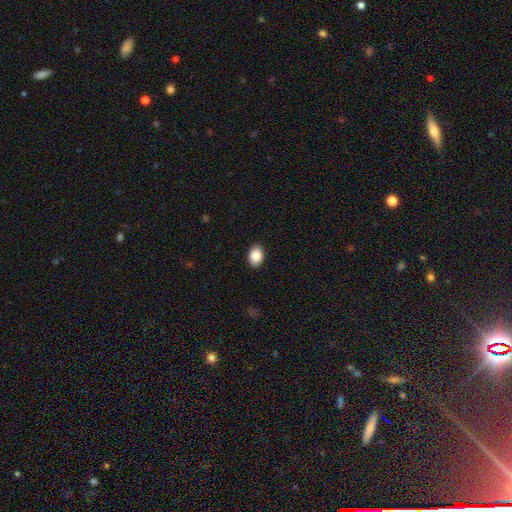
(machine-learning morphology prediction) The model was most divided on "how rounded": in between: 83%, round: 16%, cigar-shaped: 1%. More confident: merging — none (90%); smooth or featured — smooth (87%).